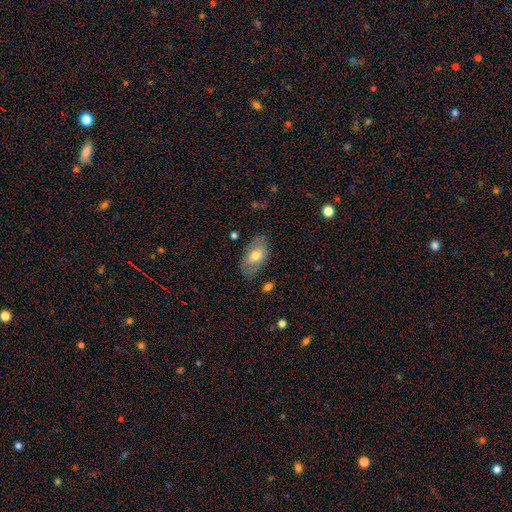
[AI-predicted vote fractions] smooth 62%, featured or disk 31%, star or artifact 7%. Down the decision tree: how rounded — in between (92%); merging — none (74%).